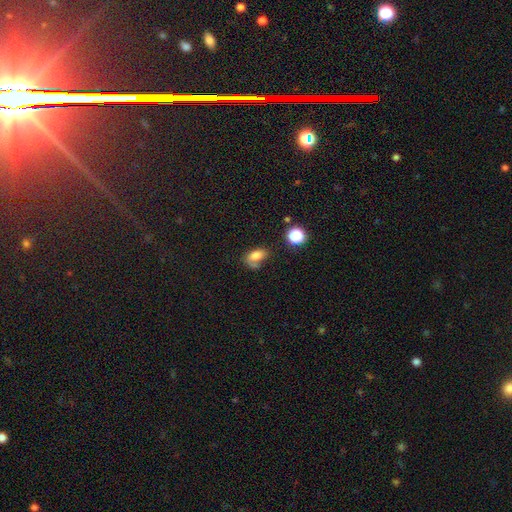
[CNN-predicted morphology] Overall: smooth (71%). How rounded: in between (85%). Merging: none (42%; minor disturbance 25%).